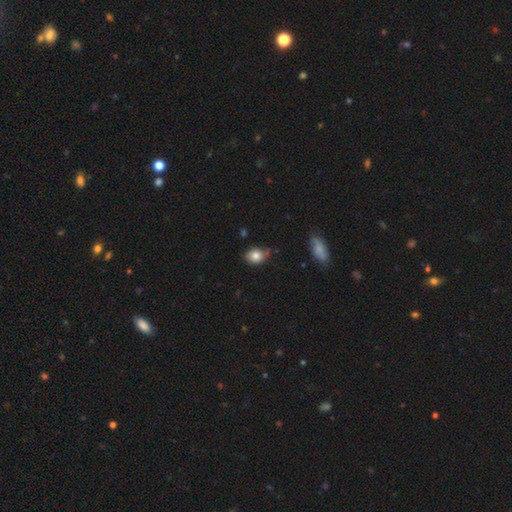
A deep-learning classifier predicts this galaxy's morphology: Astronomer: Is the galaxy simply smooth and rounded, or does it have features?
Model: smooth — 80%.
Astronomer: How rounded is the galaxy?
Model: in between — 50% (runner-up: round, 48%).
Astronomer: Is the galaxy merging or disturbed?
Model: none — 60%.